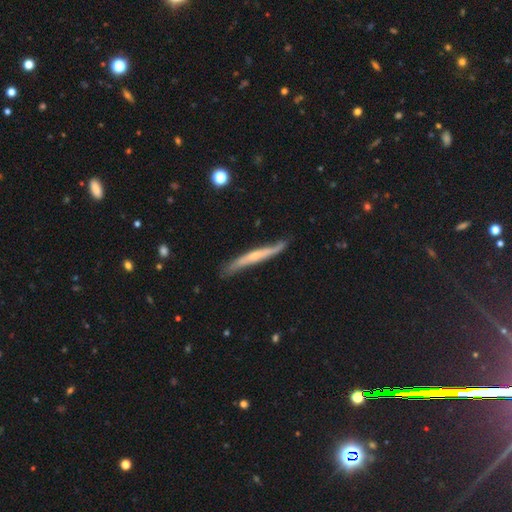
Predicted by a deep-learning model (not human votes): smooth-or-featured: featured or disk: 62% | smooth: 33% | star or artifact: 5%
  disk-edge-on: yes: 84% | no: 16%
    edge-on-bulge: rounded: 48% | none: 44% | boxy: 8%
  merging: none: 67% | minor disturbance: 25% | major disturbance: 5% | merger: 3%